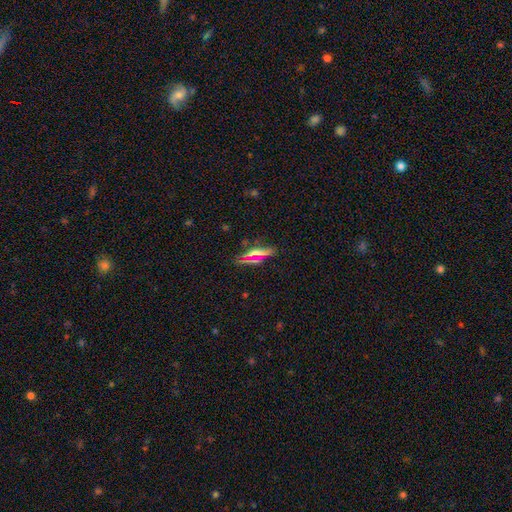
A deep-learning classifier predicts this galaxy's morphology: This is possibly a smooth galaxy (54%). How rounded: possibly in between (48%). Merging: clearly none (82%).